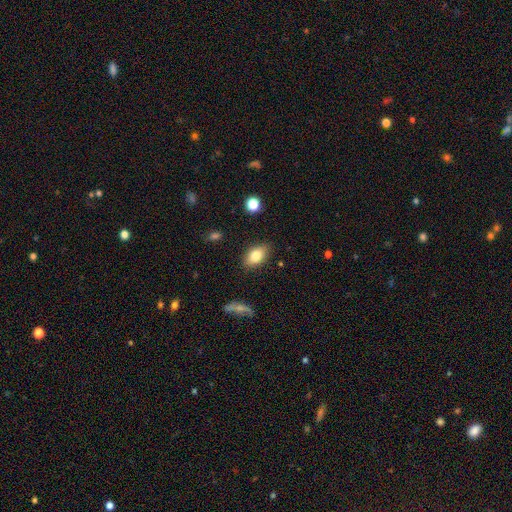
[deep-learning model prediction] This appears to be a smooth galaxy with no disk features (79%) that is in between round and cigar-shaped (88%). Merging: none (84%).